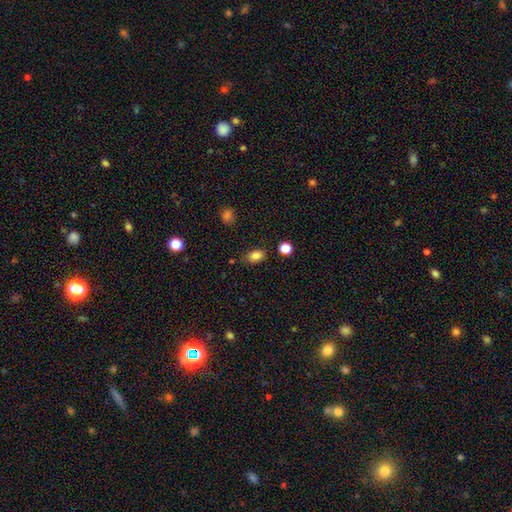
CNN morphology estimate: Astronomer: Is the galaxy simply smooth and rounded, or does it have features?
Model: smooth — 83%.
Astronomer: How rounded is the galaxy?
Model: in between — 83%.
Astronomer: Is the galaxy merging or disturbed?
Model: none — 77%.